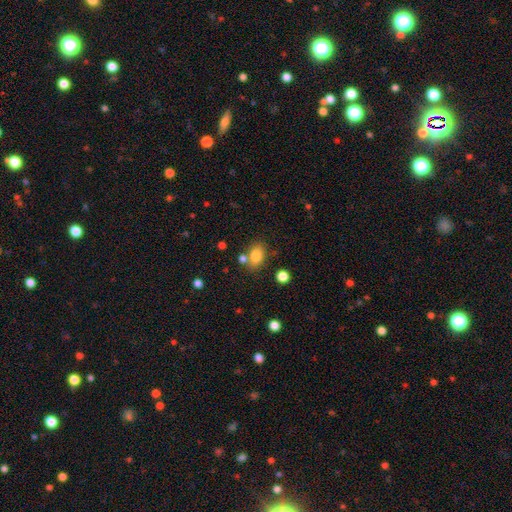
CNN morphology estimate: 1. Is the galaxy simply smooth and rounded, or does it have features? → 82% smooth, 10% star or artifact, 8% featured or disk.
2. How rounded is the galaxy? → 77% in between, 22% round, 2% cigar-shaped.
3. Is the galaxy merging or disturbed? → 68% none, 14% merger, 13% minor disturbance, 4% major disturbance.